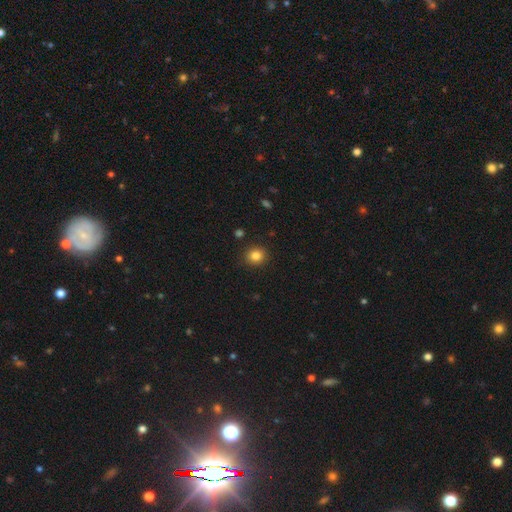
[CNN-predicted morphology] This is clearly a smooth galaxy (83%). How rounded: clearly round (82%). Merging: clearly none (90%).